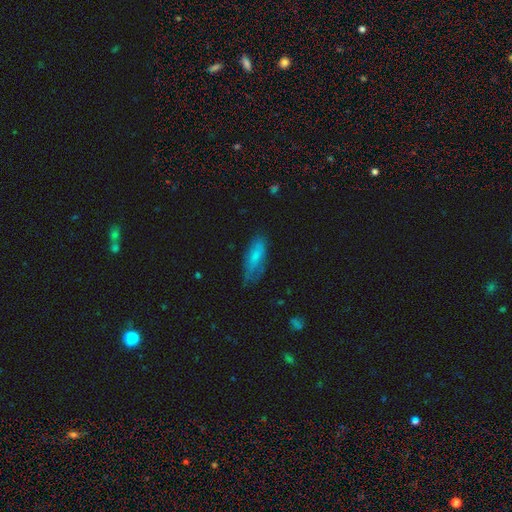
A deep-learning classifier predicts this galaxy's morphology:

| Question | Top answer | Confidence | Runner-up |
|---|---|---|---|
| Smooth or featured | smooth | 67% | featured or disk (25%) |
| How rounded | in between | 70% | cigar-shaped (28%) |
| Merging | none | 60% | minor disturbance (29%) |